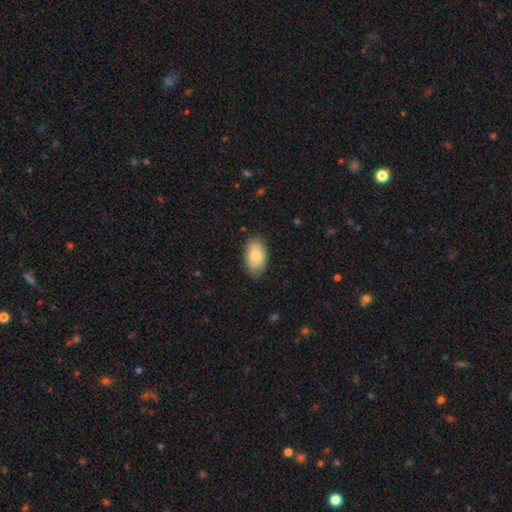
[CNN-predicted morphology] type=smooth (79%); roundness=in between (93%); merging=none (78%).